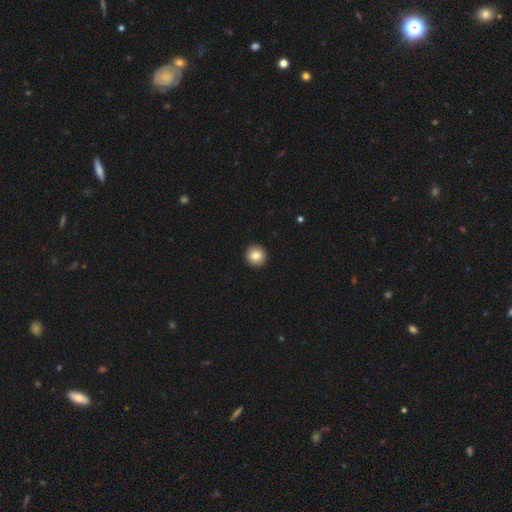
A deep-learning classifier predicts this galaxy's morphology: Smooth or featured?
  - smooth: 85% *
  - star or artifact: 9%
  - featured or disk: 6%
How rounded?
  - round: 95% *
  - in between: 4%
  - cigar-shaped: 1%
Merging?
  - none: 94% *
  - minor disturbance: 4%
  - major disturbance: 1%
  - merger: 1%